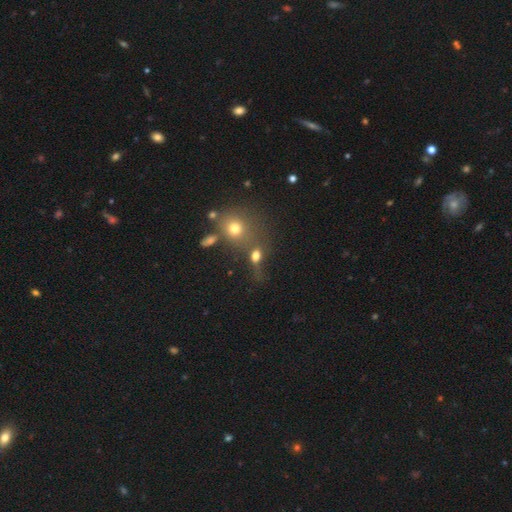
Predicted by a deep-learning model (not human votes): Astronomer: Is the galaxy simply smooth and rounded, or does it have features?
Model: smooth — 69%.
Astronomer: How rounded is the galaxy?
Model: round — 50% (runner-up: in between, 46%).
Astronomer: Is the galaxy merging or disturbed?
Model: none — 38% (runner-up: merger, 34%).